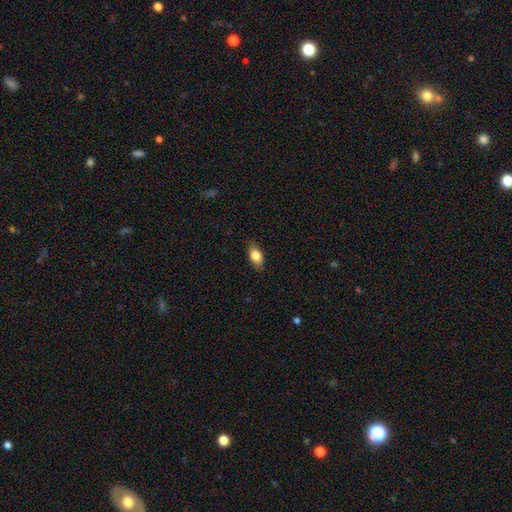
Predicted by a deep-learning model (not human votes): The model was most divided on "smooth or featured": smooth: 81%, featured or disk: 11%, star or artifact: 8%. More confident: how rounded — in between (84%); merging — none (83%).